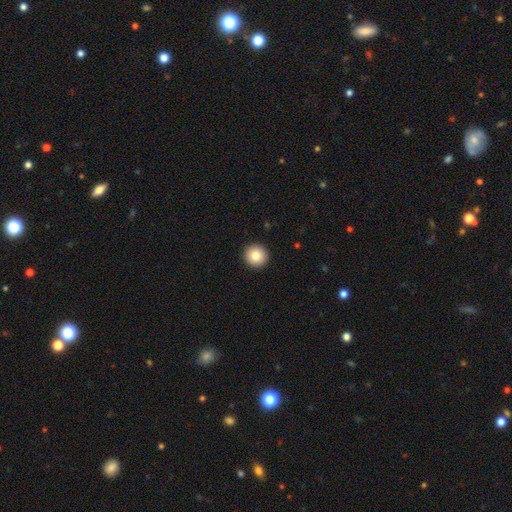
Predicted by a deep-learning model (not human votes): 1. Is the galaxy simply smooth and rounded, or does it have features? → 83% smooth, 9% star or artifact, 8% featured or disk.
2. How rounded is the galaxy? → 96% round, 3% in between, 1% cigar-shaped.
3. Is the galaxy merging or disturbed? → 94% none, 4% minor disturbance, 1% major disturbance, 1% merger.